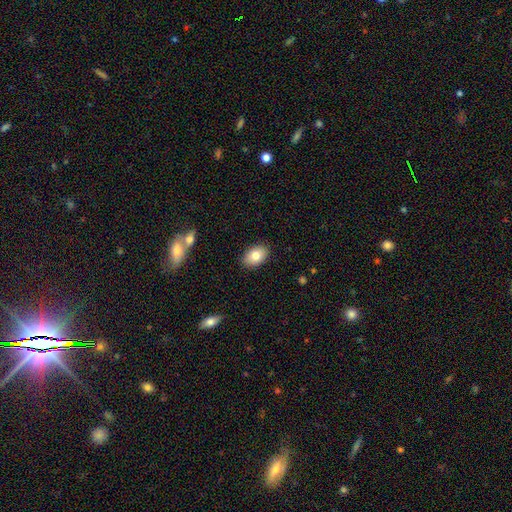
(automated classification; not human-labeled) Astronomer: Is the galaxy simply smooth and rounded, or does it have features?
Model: smooth — 80%.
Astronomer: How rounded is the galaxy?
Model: in between — 87%.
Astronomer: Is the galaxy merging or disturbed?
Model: none — 88%.